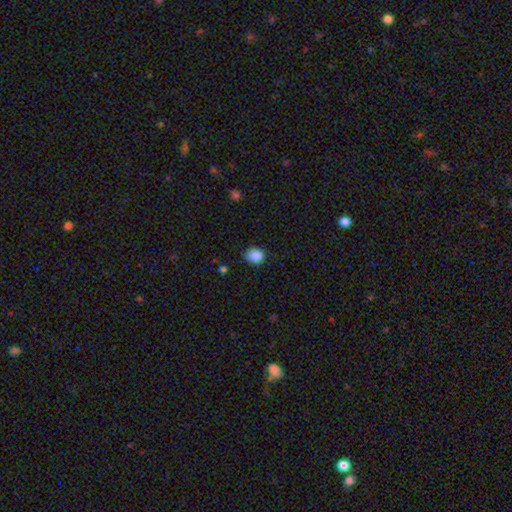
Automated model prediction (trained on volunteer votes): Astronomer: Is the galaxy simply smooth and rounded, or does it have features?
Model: smooth — 87%.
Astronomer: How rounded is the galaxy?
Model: round — 65%.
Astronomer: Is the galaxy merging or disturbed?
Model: none — 78%.